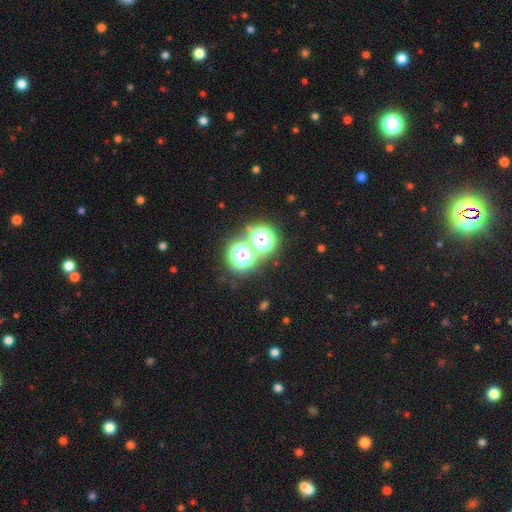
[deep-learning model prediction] star or artifact 73%, smooth 21%, featured or disk 6%.